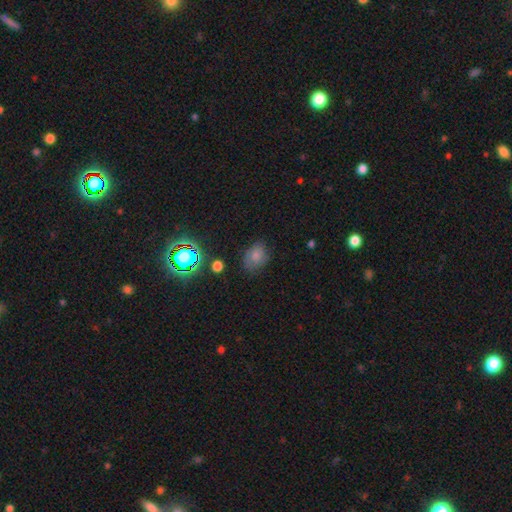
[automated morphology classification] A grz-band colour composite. It shows a smooth galaxy with no disk features (72%) that is in between round and cigar-shaped (65%). Merging: none (69%).